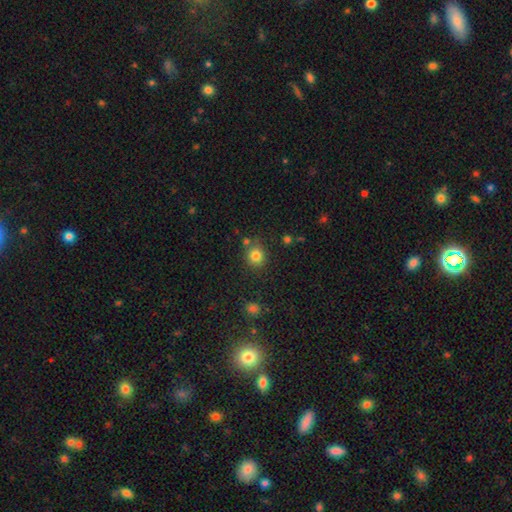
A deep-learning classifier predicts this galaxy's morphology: smooth-or-featured: smooth: 81% | star or artifact: 12% | featured or disk: 6%
  how-rounded: round: 86% | in between: 13% | cigar-shaped: 1%
  merging: none: 78% | minor disturbance: 11% | merger: 8% | major disturbance: 3%